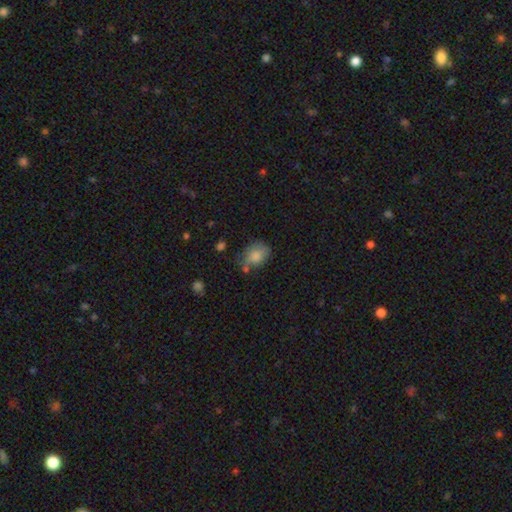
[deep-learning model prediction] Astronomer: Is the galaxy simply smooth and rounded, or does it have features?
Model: smooth — 82%.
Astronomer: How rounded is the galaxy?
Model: in between — 70%.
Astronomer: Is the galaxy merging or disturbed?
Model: none — 54%.